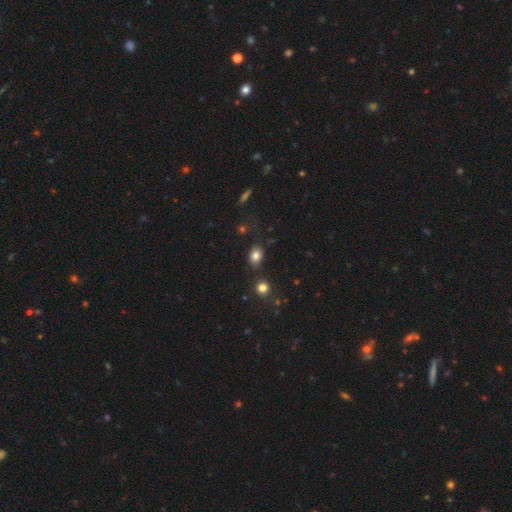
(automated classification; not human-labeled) This is clearly a smooth galaxy (81%). How rounded: likely in between (66%). Merging: likely none (74%).